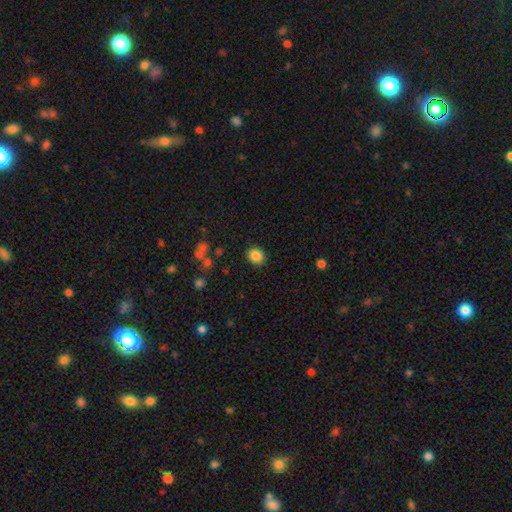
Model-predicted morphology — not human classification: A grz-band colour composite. It shows a smooth galaxy with no disk features (85%) that is round (68%). Merging: none (88%).